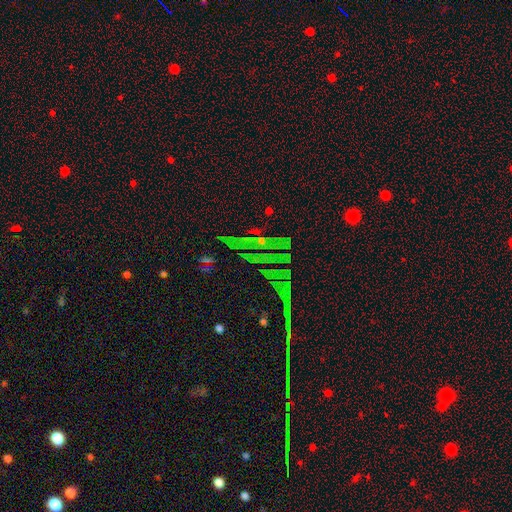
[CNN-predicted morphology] type=star or artifact (80%).